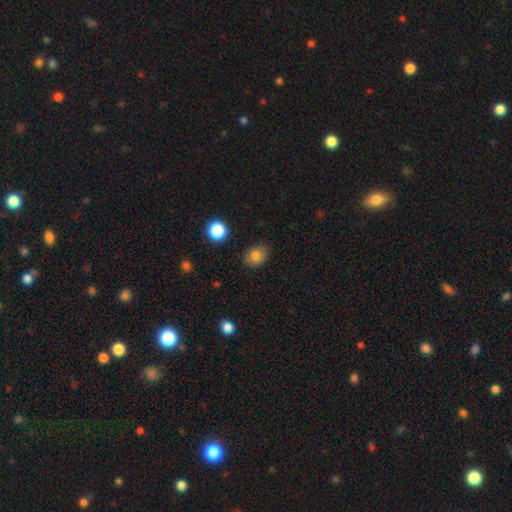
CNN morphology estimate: The model was most divided on "how rounded": in between: 56%, round: 43%, cigar-shaped: 1%. More confident: merging — none (85%); smooth or featured — smooth (79%).